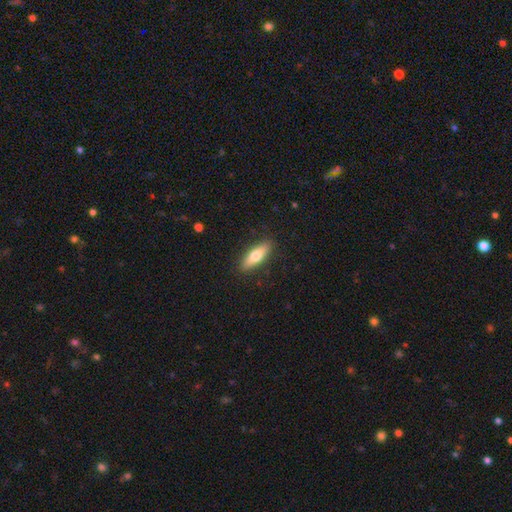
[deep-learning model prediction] This is likely a smooth galaxy (68%). How rounded: possibly cigar-shaped (53%). Merging: clearly none (89%).